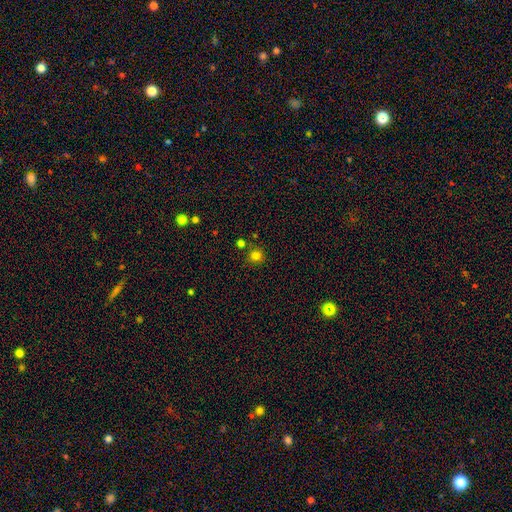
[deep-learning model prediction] smooth-or-featured: smooth: 80% | star or artifact: 15% | featured or disk: 5%
  how-rounded: round: 93% | in between: 6% | cigar-shaped: 1%
  merging: none: 82% | minor disturbance: 8% | merger: 8% | major disturbance: 2%